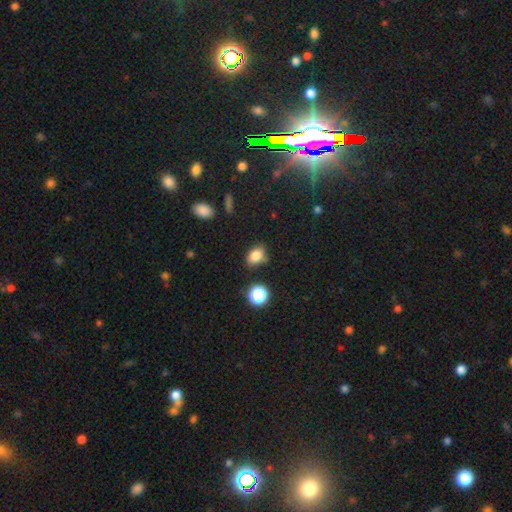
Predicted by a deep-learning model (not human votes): Smooth or featured: smooth — 82% (star or artifact — 12%)
How rounded: in between — 73% (round — 26%)
Merging: none — 72% (minor disturbance — 19%)